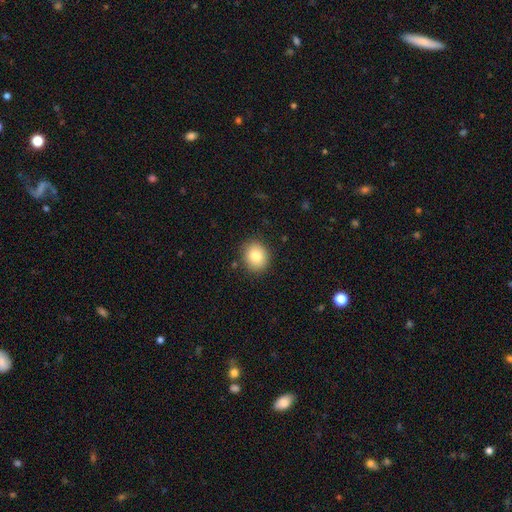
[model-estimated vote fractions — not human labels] This is clearly a smooth galaxy (81%). How rounded: likely round (73%). Merging: clearly none (87%).